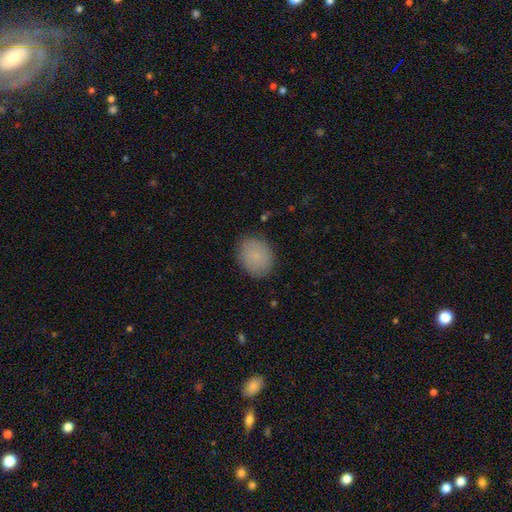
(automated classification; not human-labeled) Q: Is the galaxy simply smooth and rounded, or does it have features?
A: smooth — 85%.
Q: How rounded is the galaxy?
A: round — 57%.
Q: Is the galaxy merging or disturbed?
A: none — 86%.